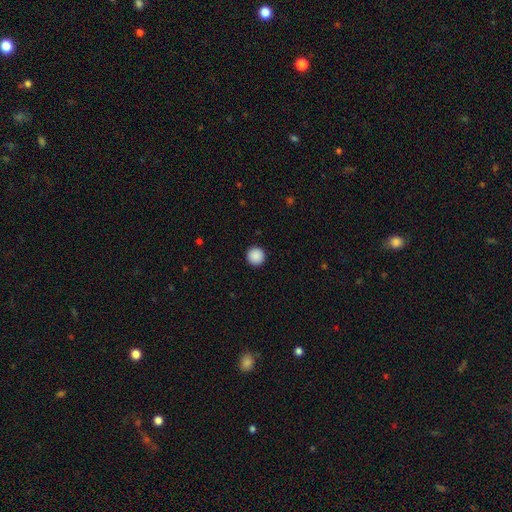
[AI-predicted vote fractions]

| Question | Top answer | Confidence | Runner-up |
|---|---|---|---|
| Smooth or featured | smooth | 89% | star or artifact (8%) |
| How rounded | round | 96% | in between (3%) |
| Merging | none | 93% | minor disturbance (4%) |